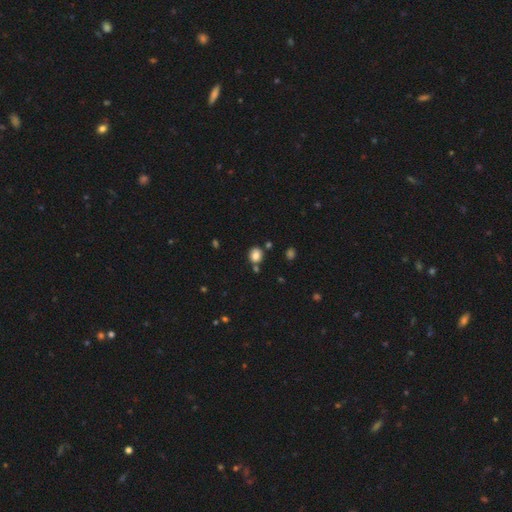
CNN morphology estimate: smooth-or-featured: smooth: 81% | star or artifact: 12% | featured or disk: 7%
  how-rounded: round: 69% | in between: 30% | cigar-shaped: 1%
  merging: none: 75% | minor disturbance: 12% | merger: 10% | major disturbance: 3%